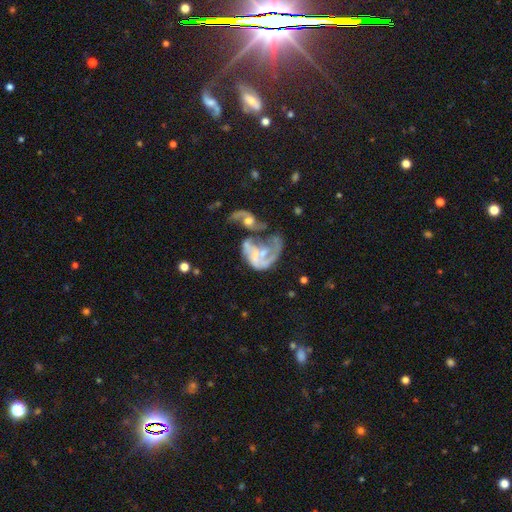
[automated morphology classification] type=featured or disk (74%); edge-on=no (98%); bar=no (66%); spiral arms=yes (66%); bulge=small (40%); merging=merger (53%).